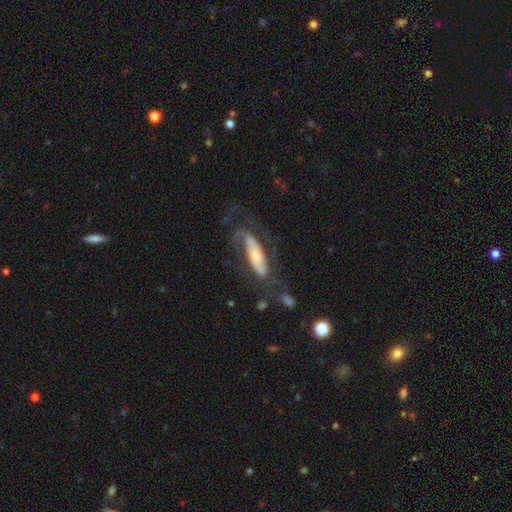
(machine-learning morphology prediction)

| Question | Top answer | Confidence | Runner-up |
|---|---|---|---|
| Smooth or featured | featured or disk | 71% | smooth (23%) |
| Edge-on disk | no | 81% | yes (19%) |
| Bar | no | 49% | strong (30%) |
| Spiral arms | yes | 82% | no (18%) |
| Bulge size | small | 46% | moderate (44%) |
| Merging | none | 53% | major disturbance (25%) |